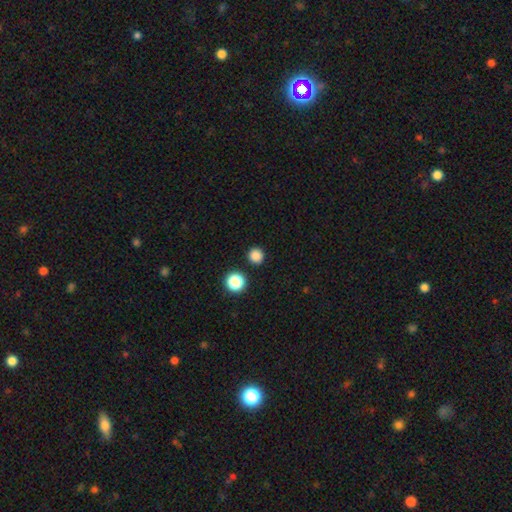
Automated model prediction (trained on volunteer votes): Q: Smooth or featured?
A: smooth (83%); runner-up: star or artifact (14%)
Q: How rounded?
A: round (94%); runner-up: in between (5%)
Q: Merging?
A: none (90%); runner-up: minor disturbance (5%)